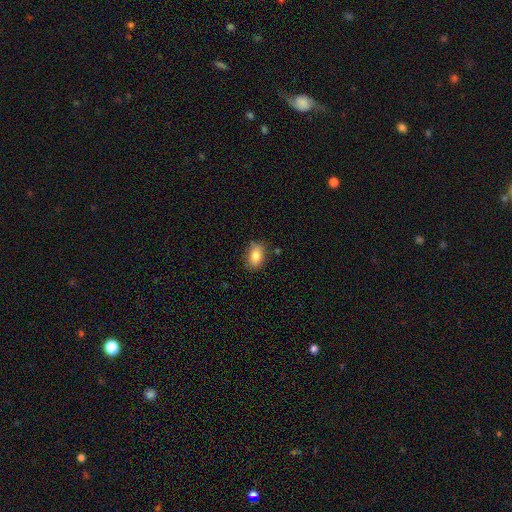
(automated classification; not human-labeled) smooth 84%, featured or disk 8%, star or artifact 8%. Down the decision tree: how rounded — in between (86%); merging — none (79%).